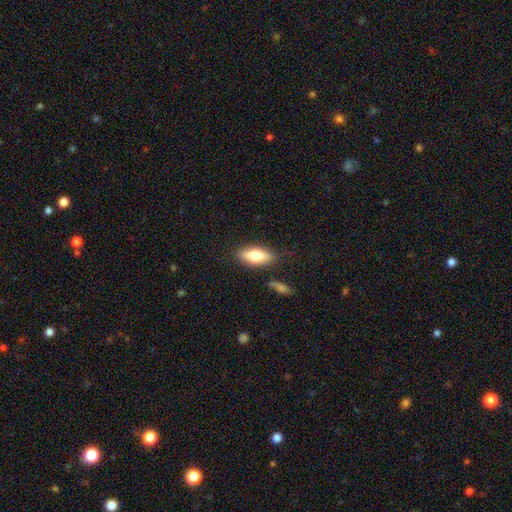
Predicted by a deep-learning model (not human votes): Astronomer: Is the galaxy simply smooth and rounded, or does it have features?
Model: smooth — 68%.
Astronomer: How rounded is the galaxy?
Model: in between — 76%.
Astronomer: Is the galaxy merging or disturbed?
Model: none — 82%.